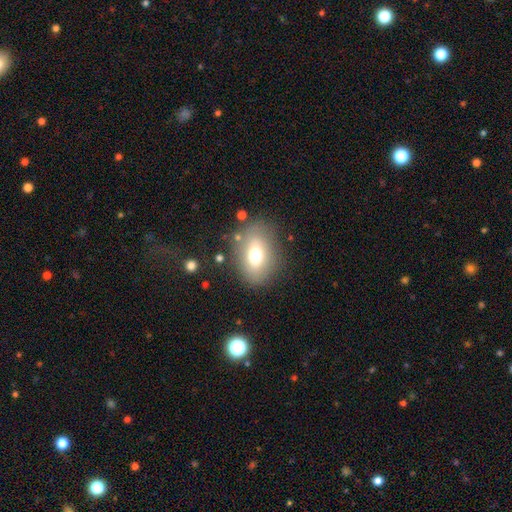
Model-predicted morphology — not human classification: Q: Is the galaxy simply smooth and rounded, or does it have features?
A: smooth — 67%.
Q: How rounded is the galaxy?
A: in between — 73%.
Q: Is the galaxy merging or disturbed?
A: none — 77%.